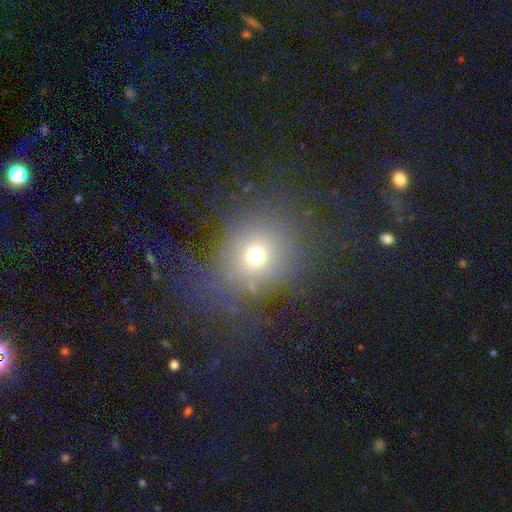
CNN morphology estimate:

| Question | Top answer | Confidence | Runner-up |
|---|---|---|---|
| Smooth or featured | smooth | 66% | star or artifact (21%) |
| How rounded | round | 81% | in between (18%) |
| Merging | none | 69% | minor disturbance (14%) |